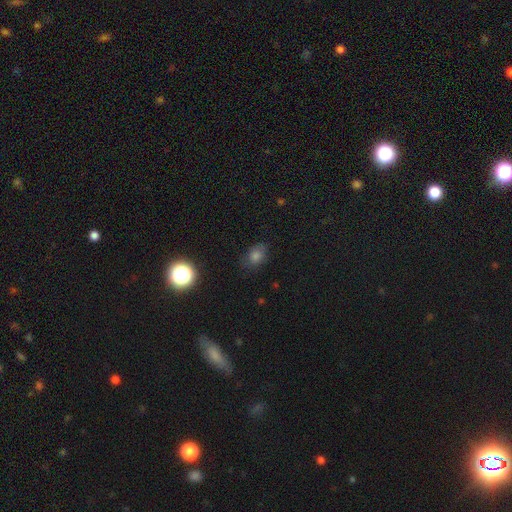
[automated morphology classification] Smooth or featured? smooth (72%)
How rounded? in between (58%)
Merging? none (76%)